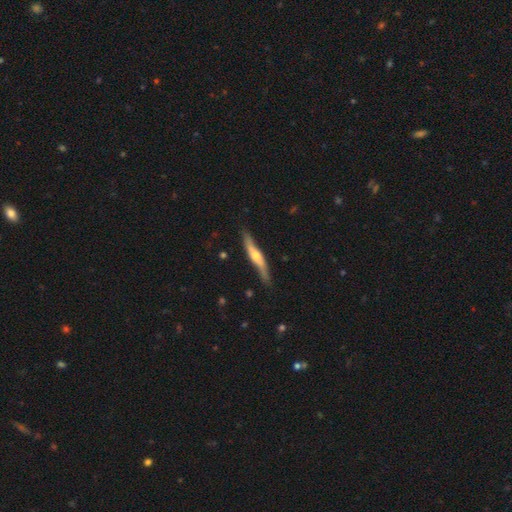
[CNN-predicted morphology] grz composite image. It shows a featured or disk galaxy (65%) viewed edge-on (90%) with a rounded central bulge (89%). Merging: none (78%).